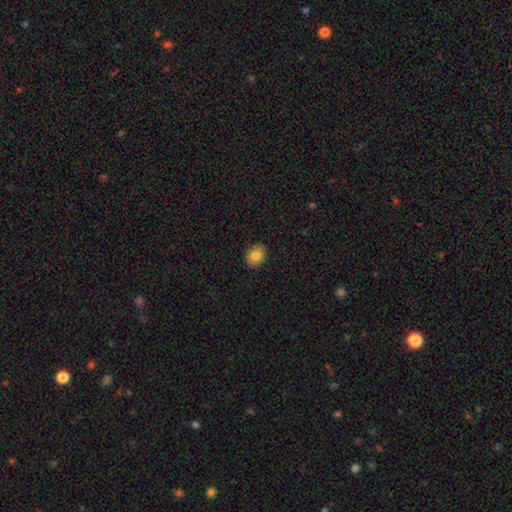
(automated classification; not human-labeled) The model was most divided on "how rounded": in between: 55%, round: 44%, cigar-shaped: 1%. More confident: merging — none (90%); smooth or featured — smooth (82%).